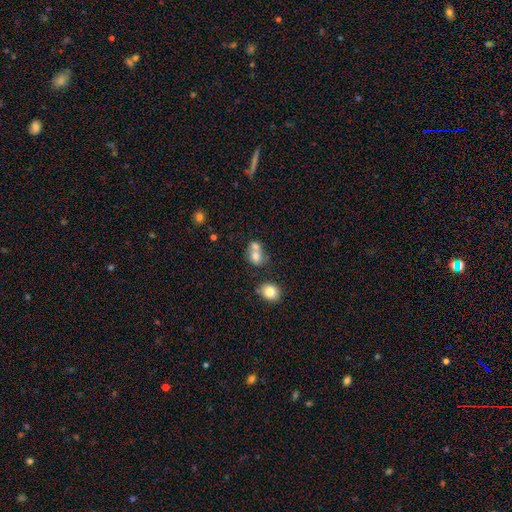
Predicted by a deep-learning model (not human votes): Smooth or featured?
  - smooth: 71% *
  - featured or disk: 18%
  - star or artifact: 11%
How rounded?
  - round: 56% *
  - in between: 43%
  - cigar-shaped: 1%
Merging?
  - merger: 60% *
  - none: 27%
  - minor disturbance: 8%
  - major disturbance: 4%